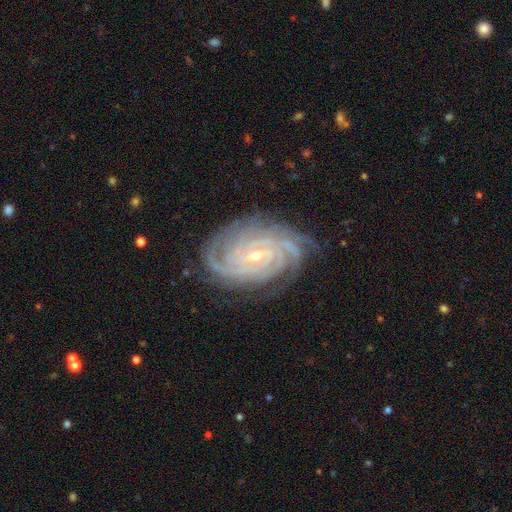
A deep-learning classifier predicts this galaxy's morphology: This is clearly a featured or disk galaxy (91%). It is clearly not viewed edge-on (97%). Bar: marginally weak (41%). Spiral arm pattern: clearly yes (99%). Spiral arm count: marginally 4 (34%). Spiral winding: clearly tight (83%). Central bulge: likely small (65%). Merging: clearly none (80%).